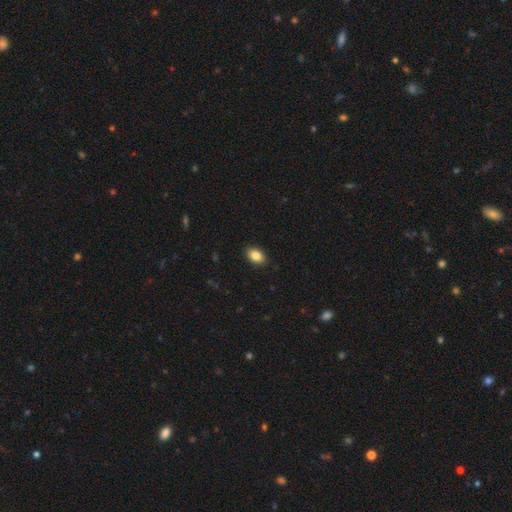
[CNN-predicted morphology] Overall: smooth (85%). How rounded: in between (87%). Merging: none (89%).